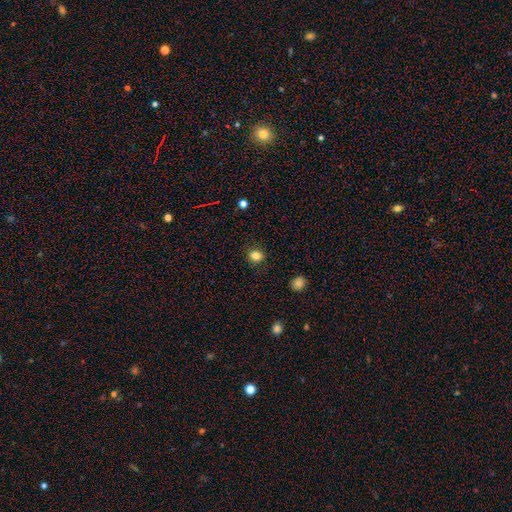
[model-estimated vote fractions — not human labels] Smooth or featured? Predicted: smooth (p=0.83). How rounded? Predicted: round (p=0.59). Merging? Predicted: none (p=0.88).